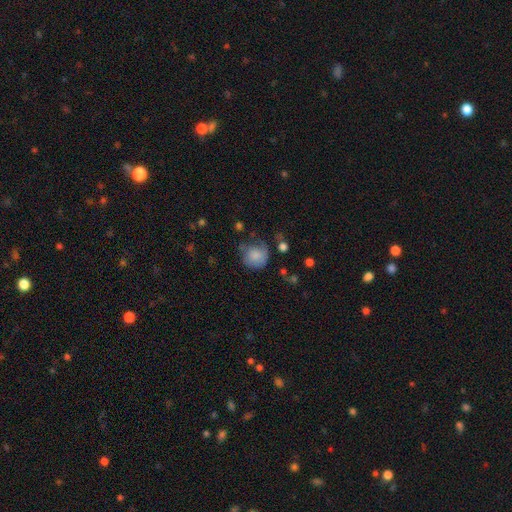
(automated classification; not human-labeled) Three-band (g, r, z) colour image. It shows a smooth galaxy with no disk features (78%) that is round (82%). Merging: none (49%).